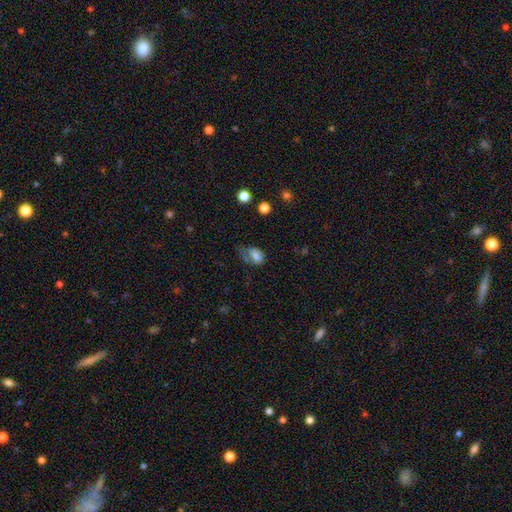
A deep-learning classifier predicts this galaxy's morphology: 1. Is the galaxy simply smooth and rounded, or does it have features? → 71% smooth, 18% featured or disk, 11% star or artifact.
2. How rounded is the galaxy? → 85% in between, 13% round, 2% cigar-shaped.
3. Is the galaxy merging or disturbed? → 33% none, 31% minor disturbance, 31% major disturbance, 5% merger.